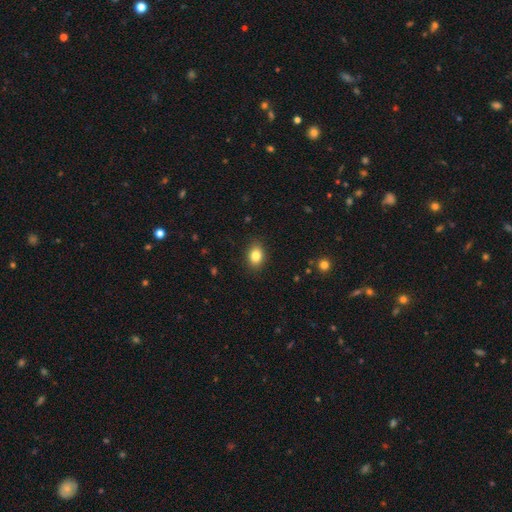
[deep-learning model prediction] A smooth galaxy with no disk features (84%) that is in between round and cigar-shaped (67%). Merging: none (88%).